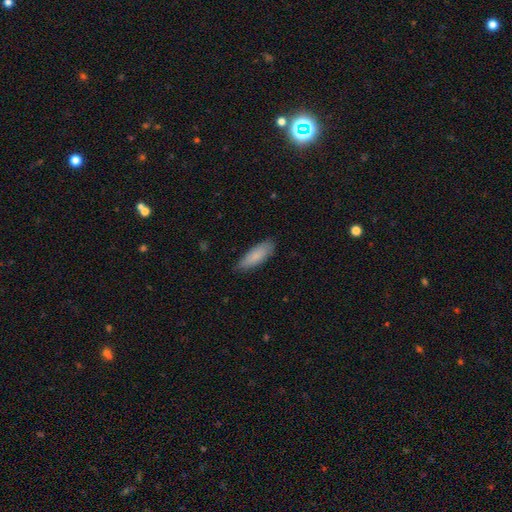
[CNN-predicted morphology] Q: Smooth or featured?
A: smooth (83%); runner-up: featured or disk (11%)
Q: How rounded?
A: in between (60%); runner-up: cigar-shaped (38%)
Q: Merging?
A: none (80%); runner-up: minor disturbance (17%)